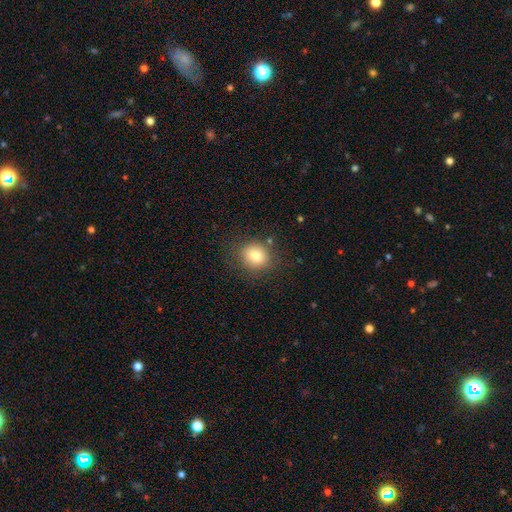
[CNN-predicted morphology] type=smooth (79%); roundness=round (78%); merging=none (80%).